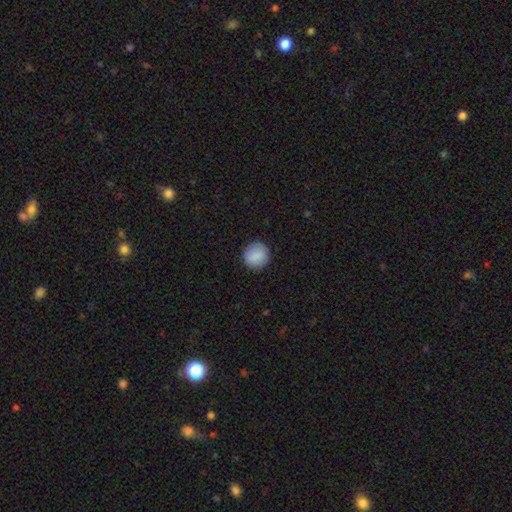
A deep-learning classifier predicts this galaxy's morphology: This appears to be a smooth galaxy with no disk features (89%) that is round (94%). Merging: none (91%).